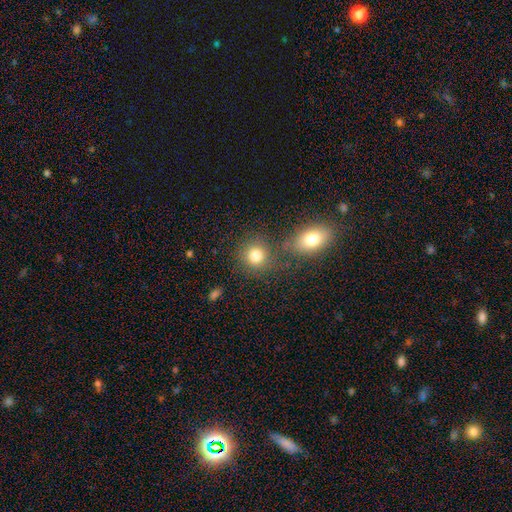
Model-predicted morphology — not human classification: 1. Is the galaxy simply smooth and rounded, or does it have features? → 81% smooth, 12% star or artifact, 8% featured or disk.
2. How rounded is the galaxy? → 86% round, 13% in between, 1% cigar-shaped.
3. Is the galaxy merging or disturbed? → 70% none, 16% merger, 9% minor disturbance, 4% major disturbance.